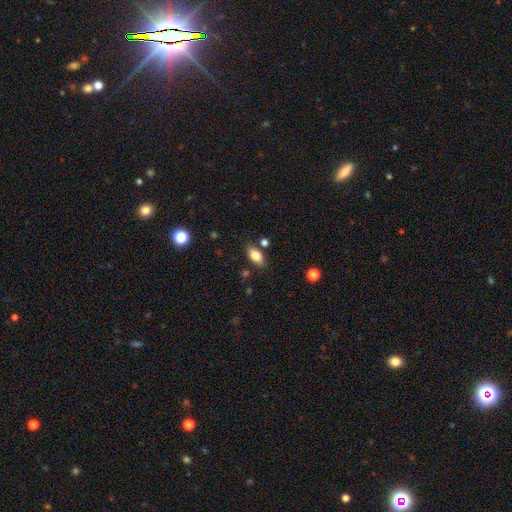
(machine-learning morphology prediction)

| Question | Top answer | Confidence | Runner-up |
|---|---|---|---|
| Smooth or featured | smooth | 81% | featured or disk (10%) |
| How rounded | in between | 89% | round (6%) |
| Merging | none | 77% | minor disturbance (14%) |